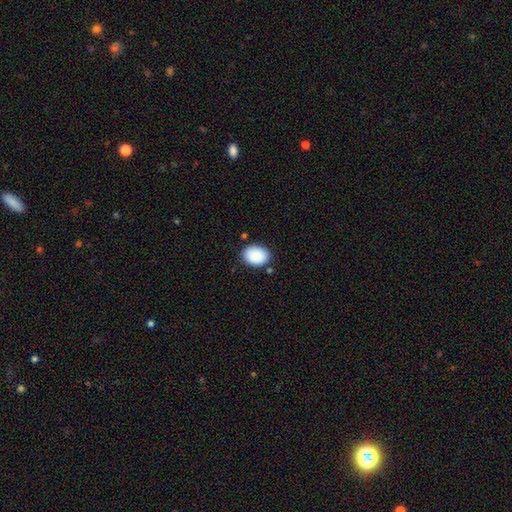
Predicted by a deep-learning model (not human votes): Q: Smooth or featured?
A: smooth (90%); runner-up: star or artifact (7%)
Q: How rounded?
A: in between (70%); runner-up: round (29%)
Q: Merging?
A: none (82%); runner-up: minor disturbance (12%)